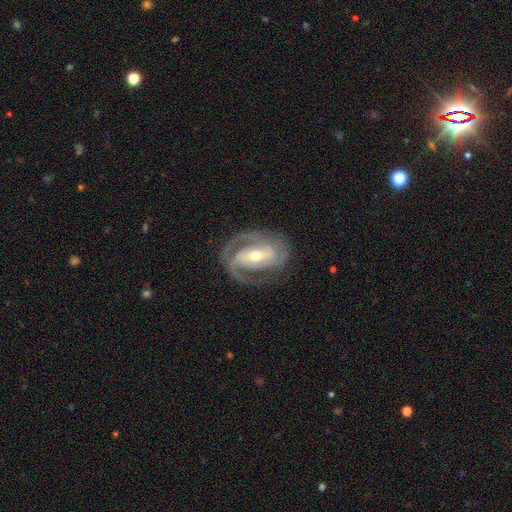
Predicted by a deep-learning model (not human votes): Smooth or featured: featured or disk — 90% (smooth — 6%)
Edge-on disk: no — 96% (yes — 4%)
Bar: strong — 53% (weak — 32%)
Spiral arms: yes — 97% (no — 3%)
Spiral winding: tight — 47% (medium — 43%)
Spiral arm count: 2 — 75% (3 — 11%)
Bulge size: moderate — 58% (small — 37%)
Merging: none — 76% (minor disturbance — 15%)